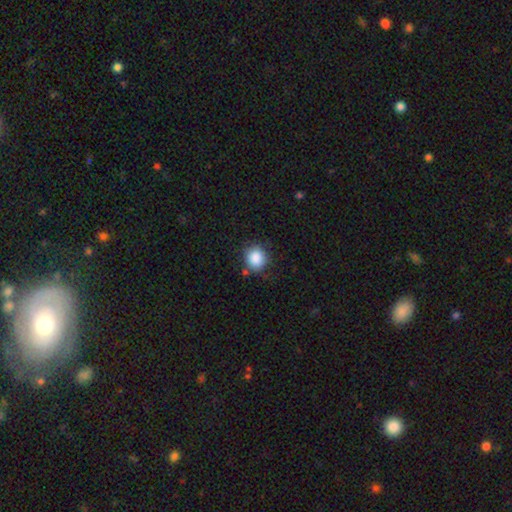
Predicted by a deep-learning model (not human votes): Overall: smooth (87%). How rounded: round (81%). Merging: none (77%).